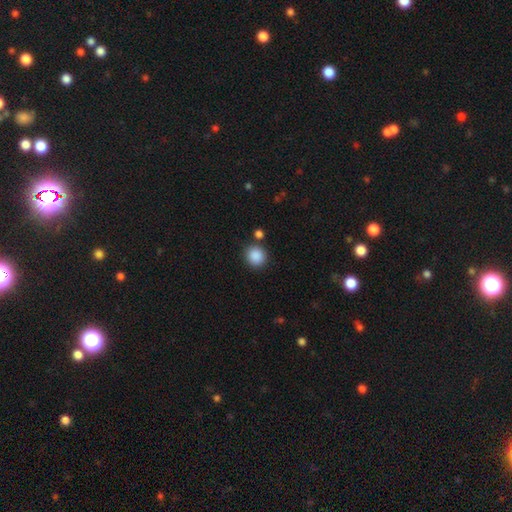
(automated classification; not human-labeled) smooth 88%, star or artifact 9%, featured or disk 3%. Down the decision tree: how rounded — round (87%); merging — none (82%).